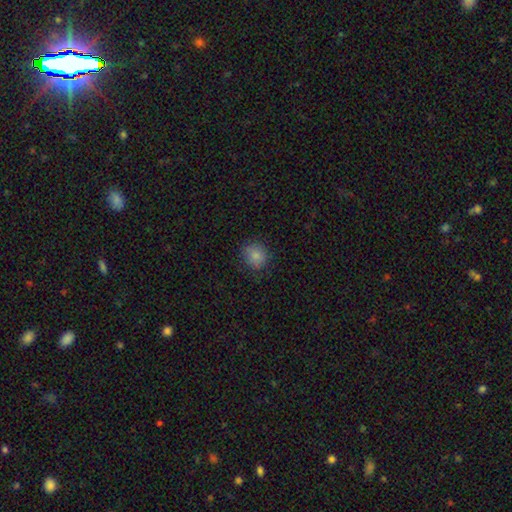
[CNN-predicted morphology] smooth_or_featured: smooth (p=0.84) [alt: star or artifact p=0.10]
how_rounded: round (p=0.83) [alt: in between p=0.16]
merging: none (p=0.83) [alt: minor disturbance p=0.13]